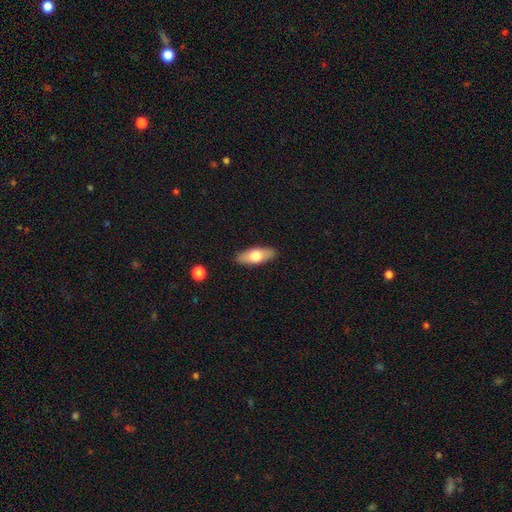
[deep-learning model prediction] smooth_or_featured: smooth (p=0.65) [alt: featured or disk p=0.29]
how_rounded: in between (p=0.76) [alt: cigar-shaped p=0.21]
merging: none (p=0.89) [alt: minor disturbance p=0.08]